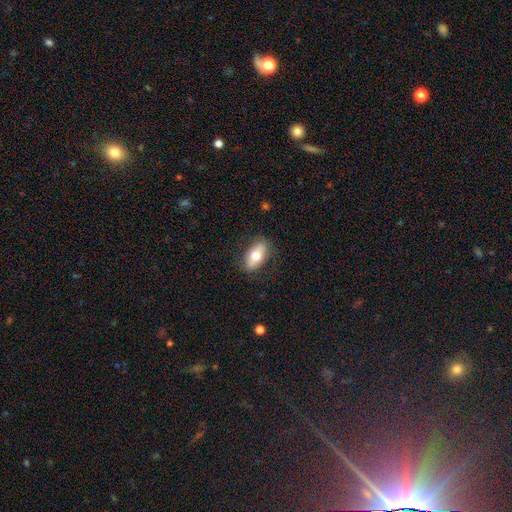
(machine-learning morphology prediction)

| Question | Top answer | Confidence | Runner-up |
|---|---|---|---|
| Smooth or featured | smooth | 69% | featured or disk (24%) |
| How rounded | in between | 89% | cigar-shaped (6%) |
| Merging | none | 84% | minor disturbance (12%) |